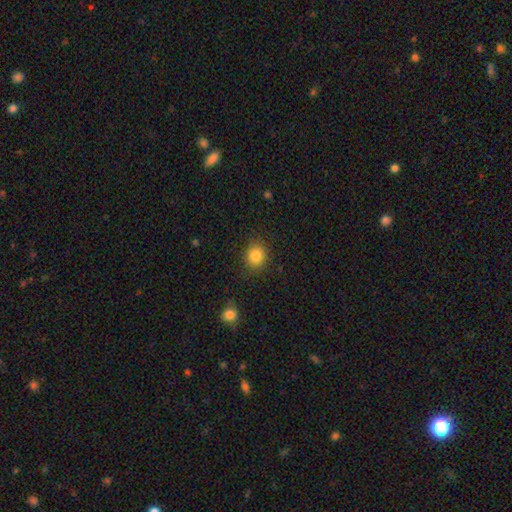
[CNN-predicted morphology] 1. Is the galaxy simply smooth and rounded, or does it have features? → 84% smooth, 10% star or artifact, 6% featured or disk.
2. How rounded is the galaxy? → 69% round, 30% in between, 1% cigar-shaped.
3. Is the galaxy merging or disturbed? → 85% none, 10% minor disturbance, 3% major disturbance, 2% merger.